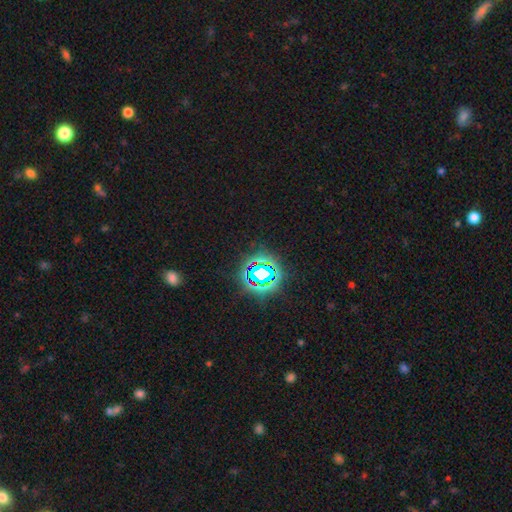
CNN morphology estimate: Smooth or featured? Predicted: star or artifact (p=0.82).